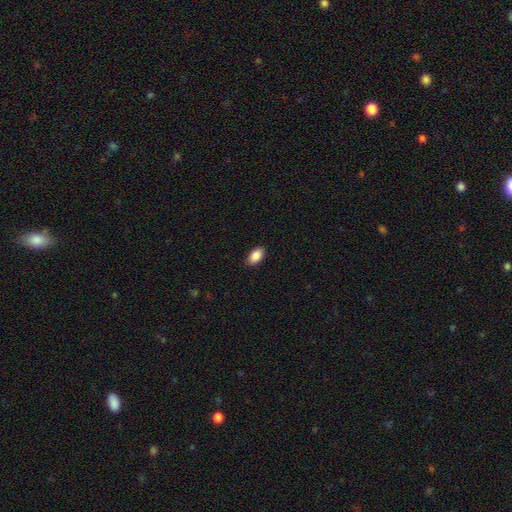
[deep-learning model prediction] Smooth or featured: smooth — 88% (star or artifact — 7%)
How rounded: in between — 93% (round — 4%)
Merging: none — 87% (minor disturbance — 10%)